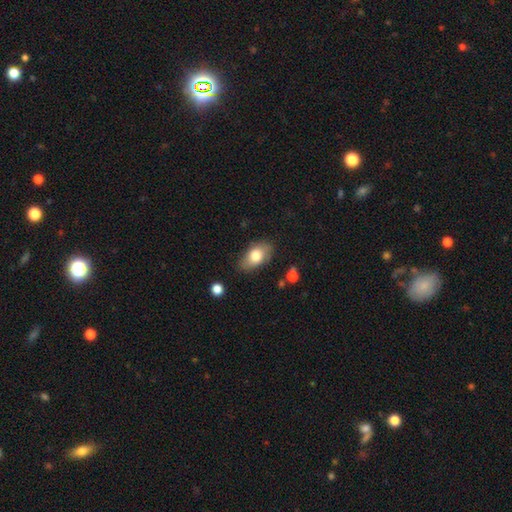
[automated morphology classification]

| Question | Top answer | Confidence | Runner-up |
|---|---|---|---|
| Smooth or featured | smooth | 78% | featured or disk (16%) |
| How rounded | in between | 91% | round (7%) |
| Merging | none | 79% | minor disturbance (15%) |